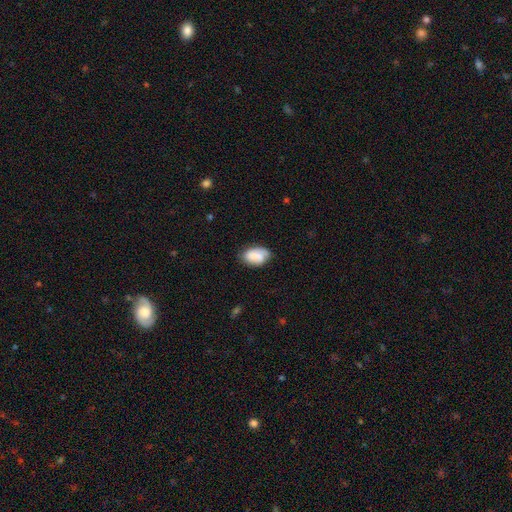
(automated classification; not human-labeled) This is likely a smooth galaxy (76%). How rounded: clearly in between (90%). Merging: likely none (68%).